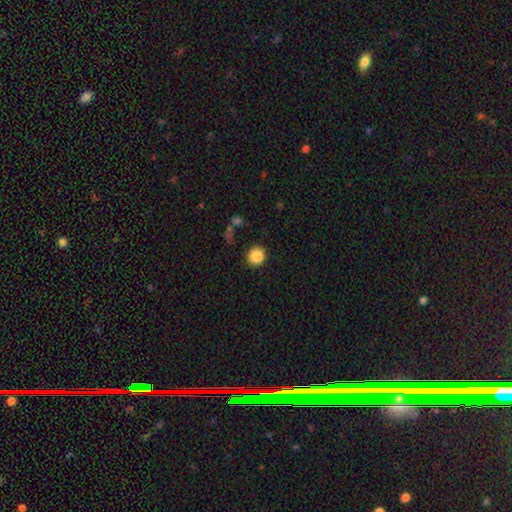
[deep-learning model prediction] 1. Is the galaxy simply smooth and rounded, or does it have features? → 87% smooth, 10% star or artifact, 4% featured or disk.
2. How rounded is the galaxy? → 86% round, 13% in between, 1% cigar-shaped.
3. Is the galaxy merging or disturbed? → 84% none, 10% minor disturbance, 3% major disturbance, 3% merger.